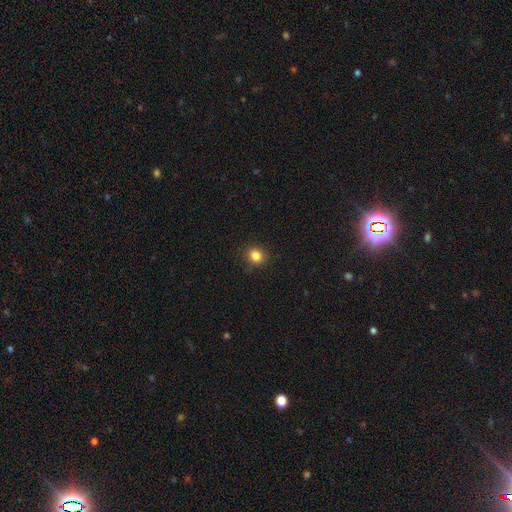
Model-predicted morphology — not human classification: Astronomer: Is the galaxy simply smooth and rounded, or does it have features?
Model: smooth — 84%.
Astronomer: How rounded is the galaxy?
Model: round — 82%.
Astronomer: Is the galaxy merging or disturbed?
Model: none — 88%.